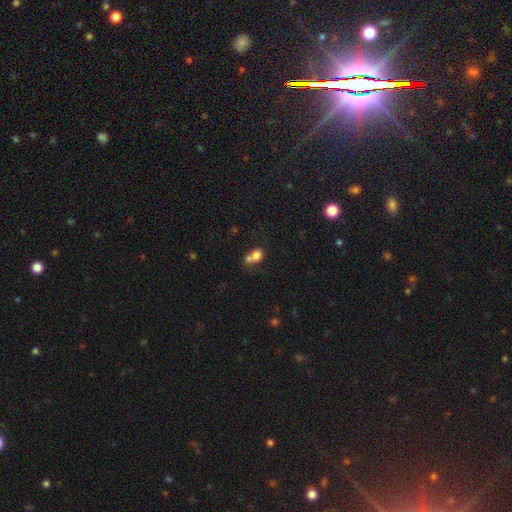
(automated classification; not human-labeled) The model was most divided on "how rounded": round: 50%, in between: 49%, cigar-shaped: 2%. More confident: smooth or featured — smooth (76%); merging — merger (56%).